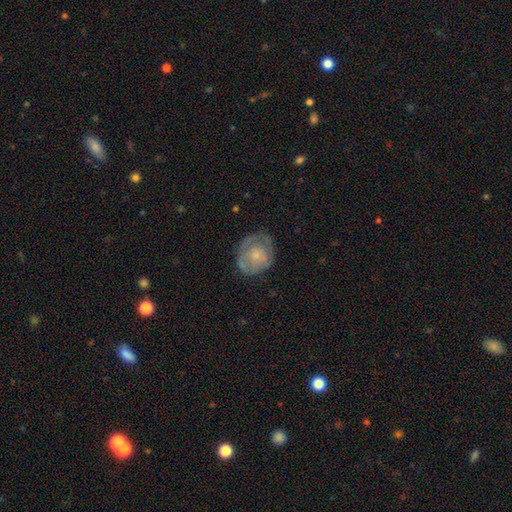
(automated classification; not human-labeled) A smooth galaxy with no disk features (50%). Merging: none (63%).